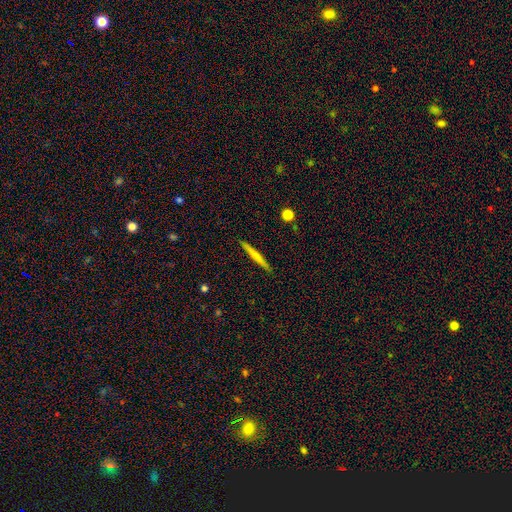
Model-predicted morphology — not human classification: Smooth or featured?
  - smooth: 56% *
  - featured or disk: 39%
  - star or artifact: 6%
How rounded?
  - cigar-shaped: 96% *
  - in between: 3%
  - round: 2%
Merging?
  - none: 91% *
  - minor disturbance: 6%
  - major disturbance: 1%
  - merger: 1%